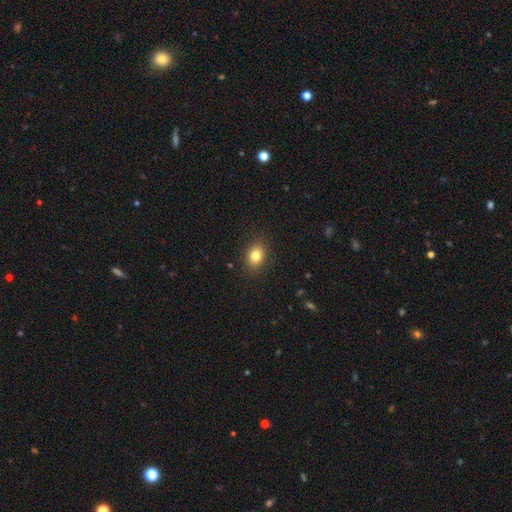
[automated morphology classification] A smooth galaxy with no disk features (81%) that is in between round and cigar-shaped (66%).

Vote fractions:
- Smooth or featured? smooth: 81% / star or artifact: 10% / featured or disk: 9%
- How rounded? in between: 66% / round: 33% / cigar-shaped: 1%
- Merging? none: 88% / minor disturbance: 9% / major disturbance: 3% / merger: 1%